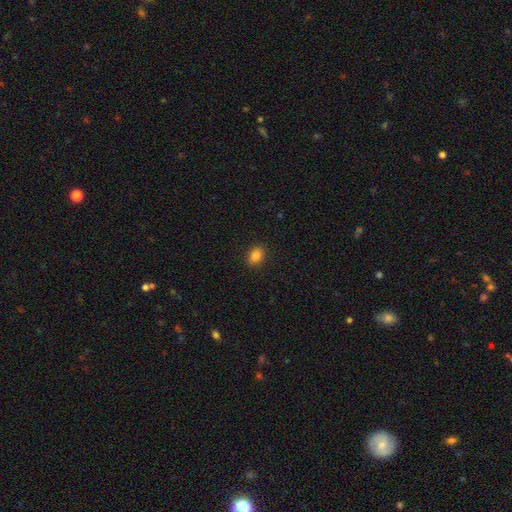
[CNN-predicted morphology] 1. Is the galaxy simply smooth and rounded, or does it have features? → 85% smooth, 10% star or artifact, 5% featured or disk.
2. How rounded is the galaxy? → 76% in between, 22% round, 1% cigar-shaped.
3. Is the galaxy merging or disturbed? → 89% none, 8% minor disturbance, 2% major disturbance, 1% merger.